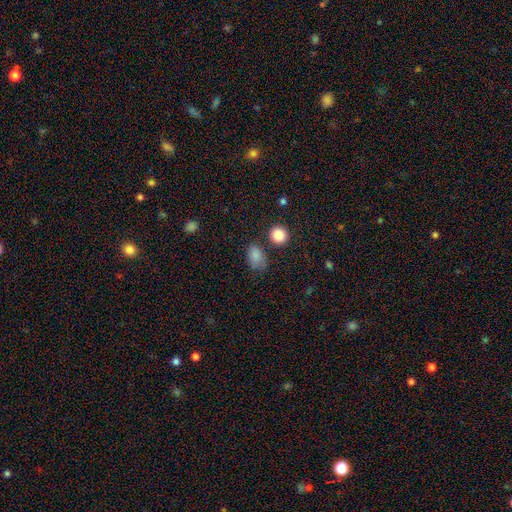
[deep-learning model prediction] Smooth or featured: smooth — 83% (star or artifact — 12%)
How rounded: in between — 74% (round — 25%)
Merging: none — 60% (minor disturbance — 25%)